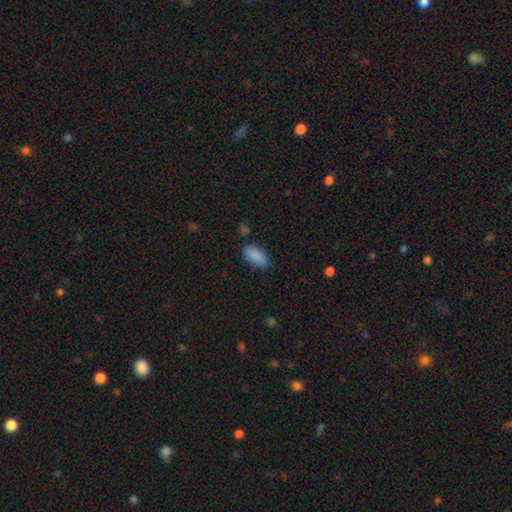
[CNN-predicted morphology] smooth 87%, star or artifact 8%, featured or disk 5%. Down the decision tree: how rounded — in between (88%); merging — none (76%).